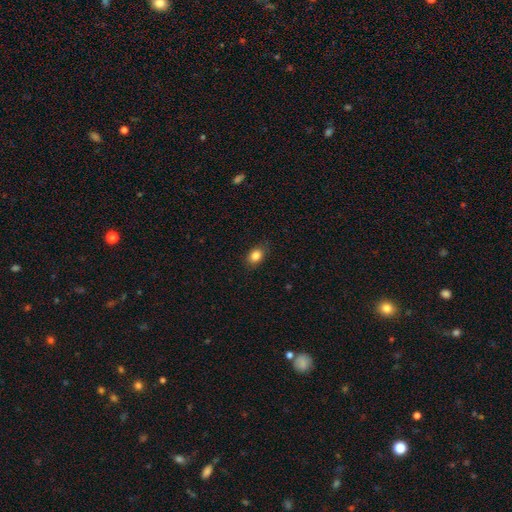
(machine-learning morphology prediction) This appears to be a smooth galaxy with no disk features (85%) that is in between round and cigar-shaped (65%). Merging: none (86%).